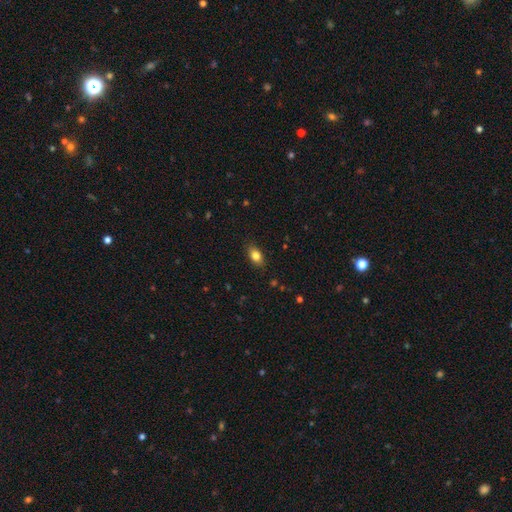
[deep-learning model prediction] This appears to be a smooth galaxy with no disk features (83%) that is in between round and cigar-shaped (84%). Merging: none (85%).